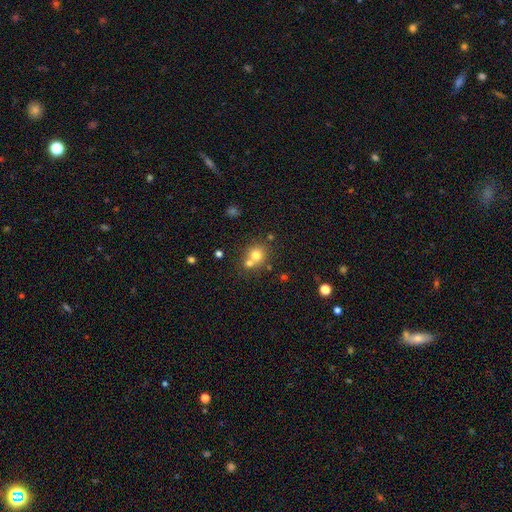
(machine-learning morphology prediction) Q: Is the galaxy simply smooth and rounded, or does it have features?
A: smooth — 72%.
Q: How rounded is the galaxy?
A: round — 83%.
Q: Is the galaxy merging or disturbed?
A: none — 48%.